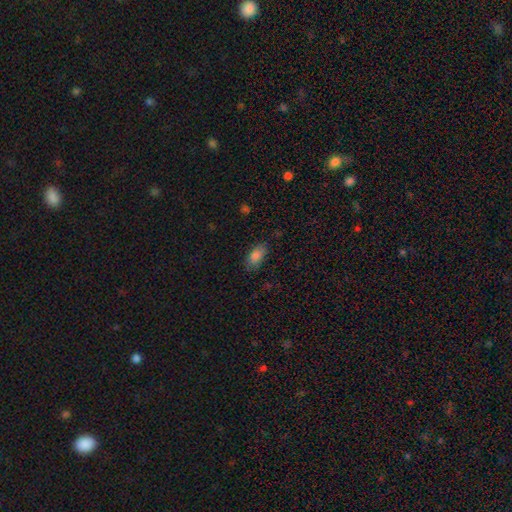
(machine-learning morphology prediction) Q: Smooth or featured?
A: smooth (84%); runner-up: star or artifact (9%)
Q: How rounded?
A: in between (91%); runner-up: round (5%)
Q: Merging?
A: none (80%); runner-up: minor disturbance (15%)